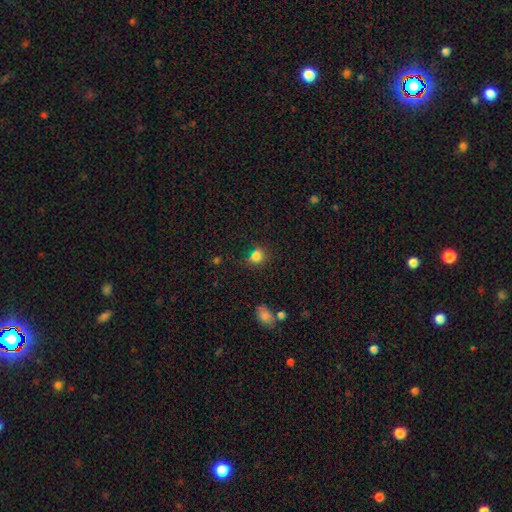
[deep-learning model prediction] Morphology: type=smooth (79%); roundness=round (74%); merging=none (72%).